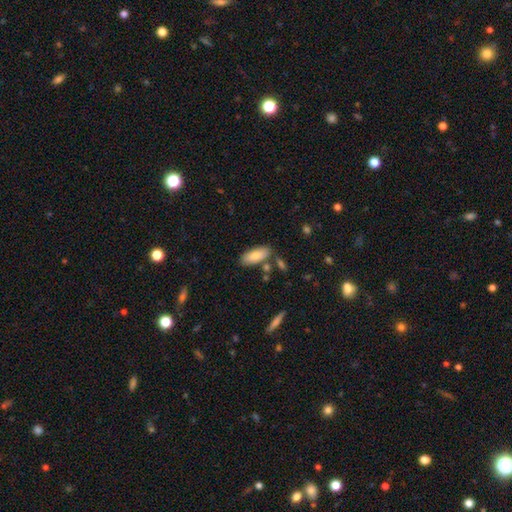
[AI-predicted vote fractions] smooth_or_featured: smooth (p=0.81) [alt: featured or disk p=0.13]
how_rounded: in between (p=0.82) [alt: cigar-shaped p=0.16]
merging: none (p=0.78) [alt: minor disturbance p=0.12]